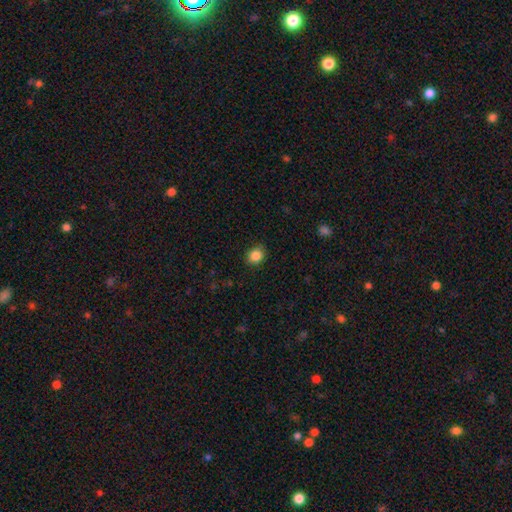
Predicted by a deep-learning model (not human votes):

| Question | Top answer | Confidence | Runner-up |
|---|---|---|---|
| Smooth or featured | smooth | 86% | star or artifact (10%) |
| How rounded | round | 59% | in between (40%) |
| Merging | none | 85% | minor disturbance (11%) |